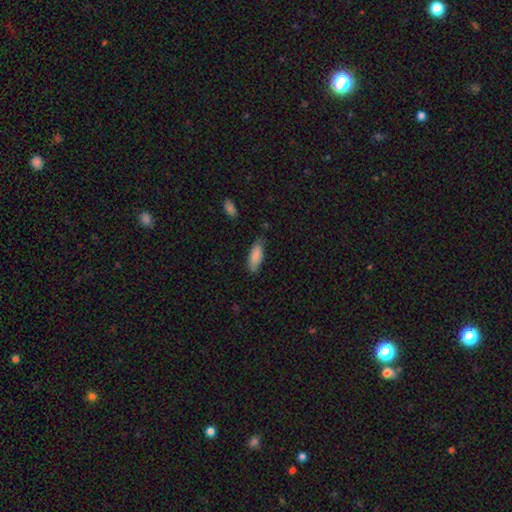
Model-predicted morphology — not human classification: smooth_or_featured: smooth (p=0.87) [alt: featured or disk p=0.07]
how_rounded: in between (p=0.72) [alt: cigar-shaped p=0.26]
merging: none (p=0.73) [alt: minor disturbance p=0.21]